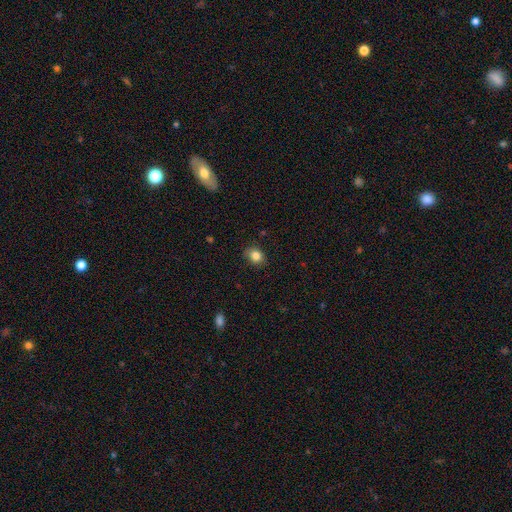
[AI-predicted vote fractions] Smooth or featured? smooth (84%)
How rounded? round (62%)
Merging? none (82%)